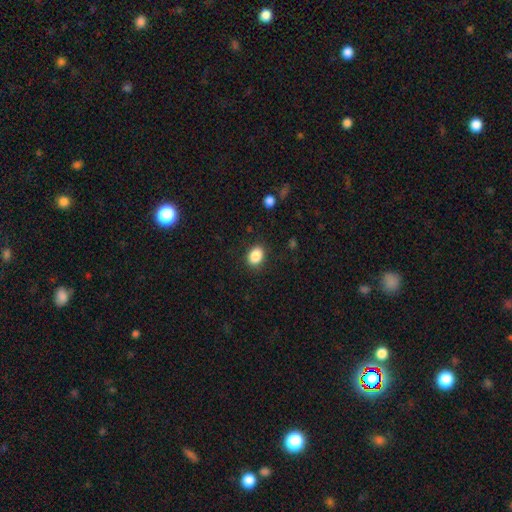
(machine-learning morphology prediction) Q: Smooth or featured?
A: smooth (88%); runner-up: star or artifact (9%)
Q: How rounded?
A: in between (70%); runner-up: round (29%)
Q: Merging?
A: none (87%); runner-up: minor disturbance (9%)